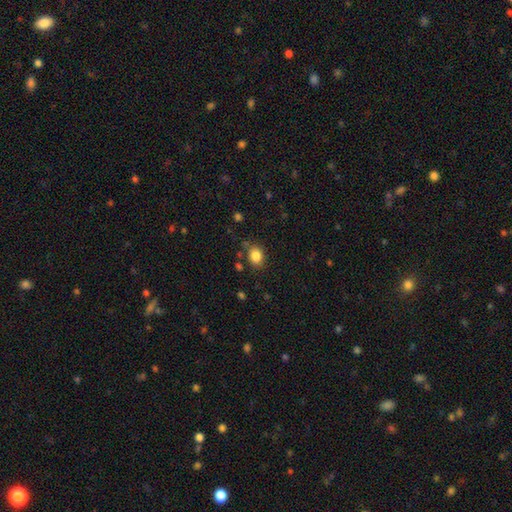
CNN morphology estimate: A smooth galaxy with no disk features (85%) that is round (51%).

Vote fractions:
- Smooth or featured? smooth: 85% / star or artifact: 10% / featured or disk: 5%
- How rounded? round: 51% / in between: 48% / cigar-shaped: 1%
- Merging? none: 79% / minor disturbance: 13% / major disturbance: 4% / merger: 4%